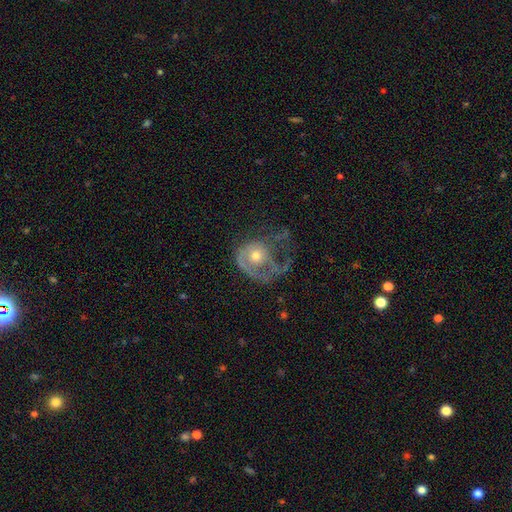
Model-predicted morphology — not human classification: smooth_or_featured: featured or disk (p=0.65) [alt: smooth p=0.27]
disk_edge_on: no (p=0.97) [alt: yes p=0.03]
bar: no (p=0.84) [alt: weak p=0.13]
has_spiral_arms: yes (p=0.60) [alt: no p=0.40]
bulge_size: moderate (p=0.65) [alt: small p=0.25]
merging: major disturbance (p=0.50) [alt: none p=0.28]